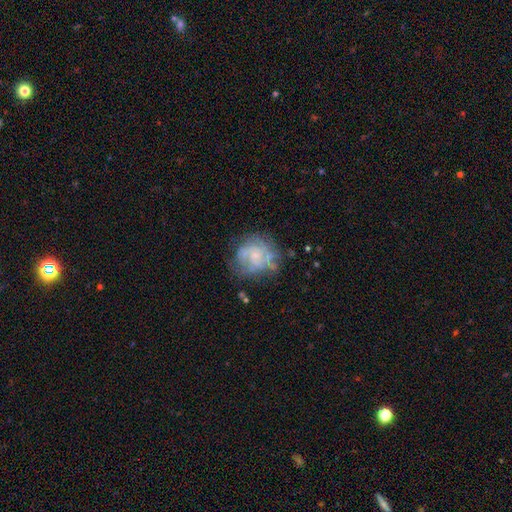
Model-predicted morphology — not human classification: Overall: featured or disk (67%). Edge-on disk: no (98%). Bar: no (75%). Spiral arms: yes (74%). Bulge size: small (68%). Merging: none (63%).